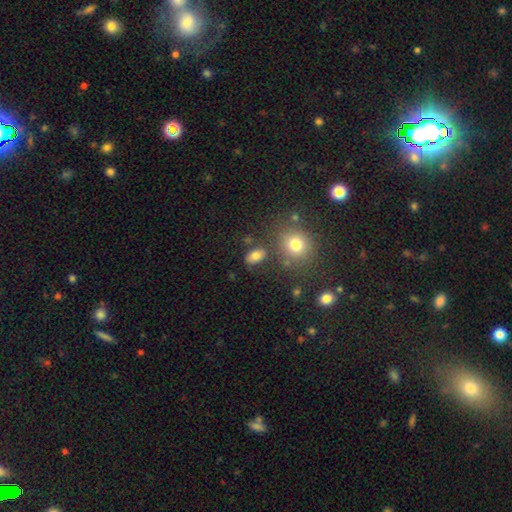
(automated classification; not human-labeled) Smooth or featured: smooth — 80% (star or artifact — 12%)
How rounded: in between — 82% (round — 16%)
Merging: none — 76% (minor disturbance — 12%)